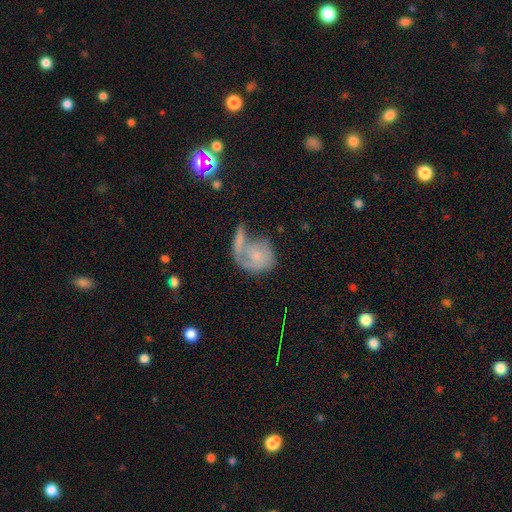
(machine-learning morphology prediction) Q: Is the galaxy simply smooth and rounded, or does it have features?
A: featured or disk — 48%.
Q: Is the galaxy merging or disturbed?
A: merger — 34%.